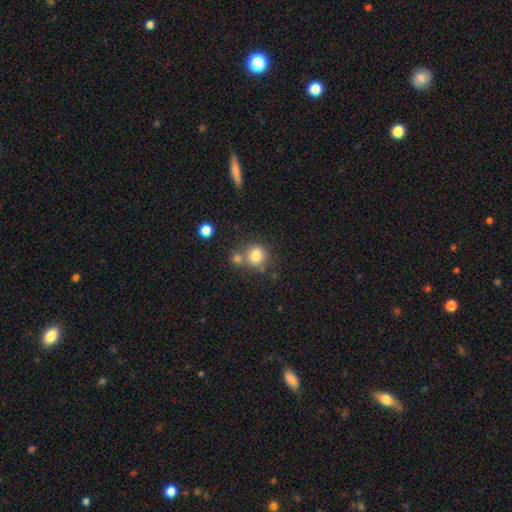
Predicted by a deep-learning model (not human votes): This is clearly a smooth galaxy (81%). How rounded: clearly round (82%). Merging: possibly none (55%).